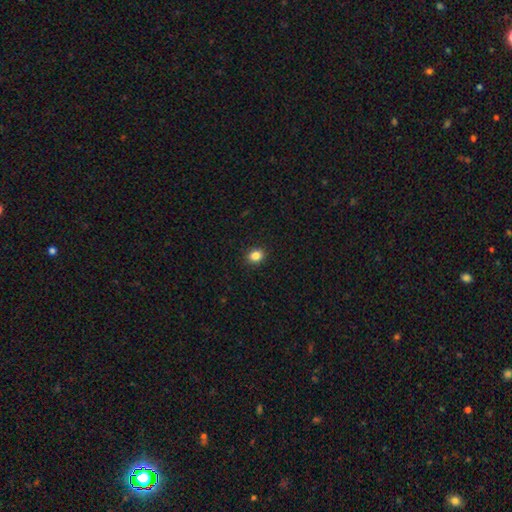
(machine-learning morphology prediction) Smooth or featured? Predicted: smooth (p=0.85). How rounded? Predicted: round (p=0.66). Merging? Predicted: none (p=0.91).